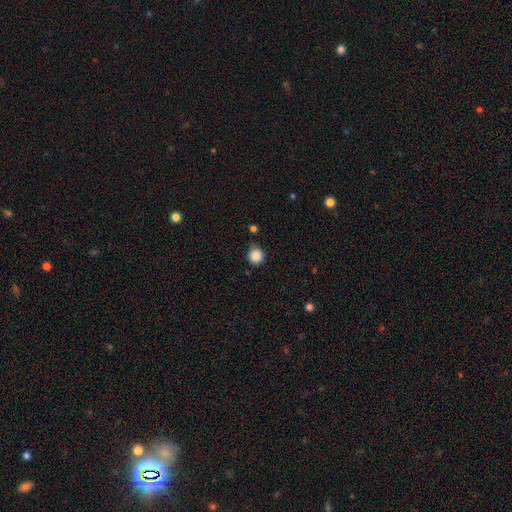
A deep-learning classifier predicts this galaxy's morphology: Overall: smooth (87%). How rounded: round (91%). Merging: none (79%).